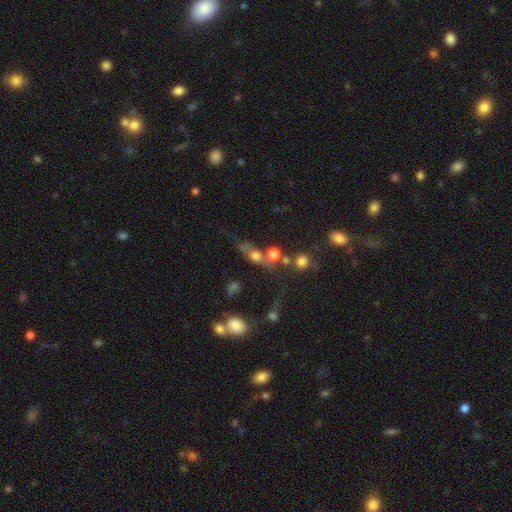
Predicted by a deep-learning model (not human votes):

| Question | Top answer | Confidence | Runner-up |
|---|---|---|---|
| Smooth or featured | smooth | 59% | featured or disk (23%) |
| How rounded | round | 54% | in between (32%) |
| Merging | none | 40% | merger (35%) |